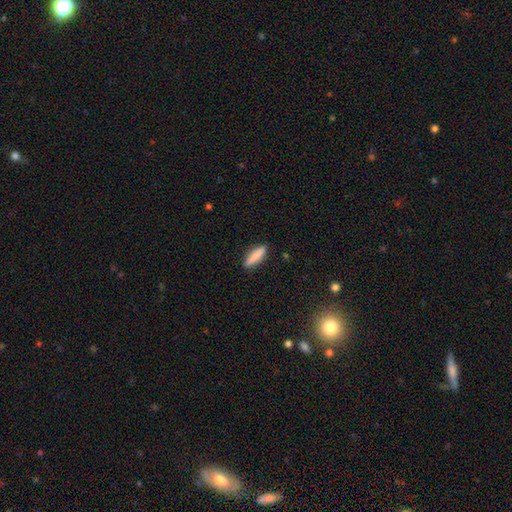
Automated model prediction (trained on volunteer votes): The model was most divided on "how rounded": cigar-shaped: 65%, in between: 33%, round: 2%. More confident: merging — none (87%); smooth or featured — smooth (84%).